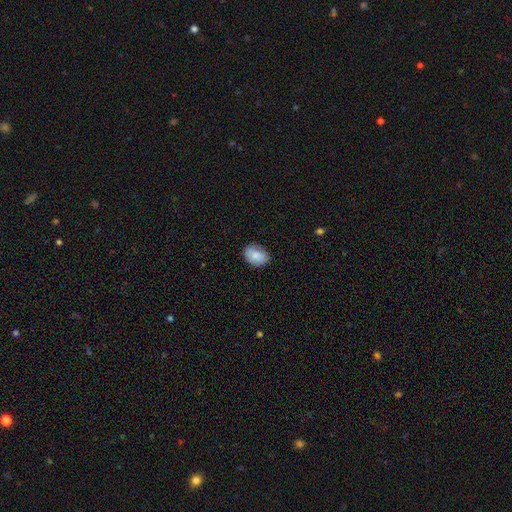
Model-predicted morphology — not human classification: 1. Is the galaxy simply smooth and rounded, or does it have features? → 85% smooth, 8% featured or disk, 7% star or artifact.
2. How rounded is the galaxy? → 76% in between, 23% round, 1% cigar-shaped.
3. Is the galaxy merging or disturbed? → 76% none, 19% minor disturbance, 3% major disturbance, 1% merger.